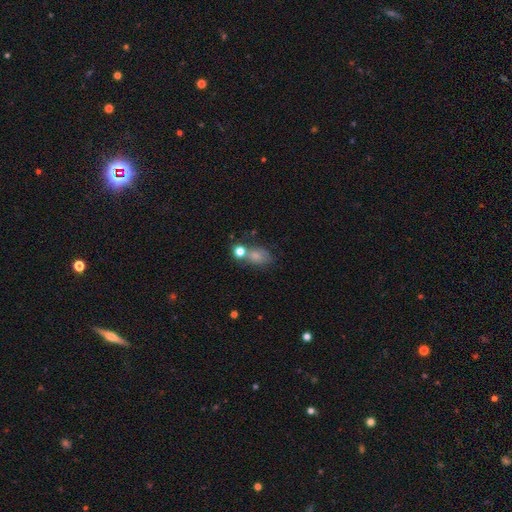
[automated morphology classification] Smooth or featured?
  - smooth: 71% *
  - star or artifact: 15%
  - featured or disk: 14%
How rounded?
  - in between: 71% *
  - round: 27%
  - cigar-shaped: 2%
Merging?
  - none: 42% *
  - merger: 26%
  - minor disturbance: 20%
  - major disturbance: 12%